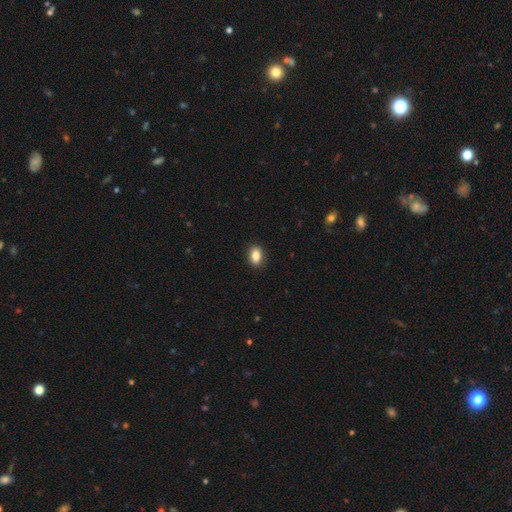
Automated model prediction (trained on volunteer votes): This appears to be a smooth galaxy with no disk features (87%) that is in between round and cigar-shaped (82%). Merging: none (90%).